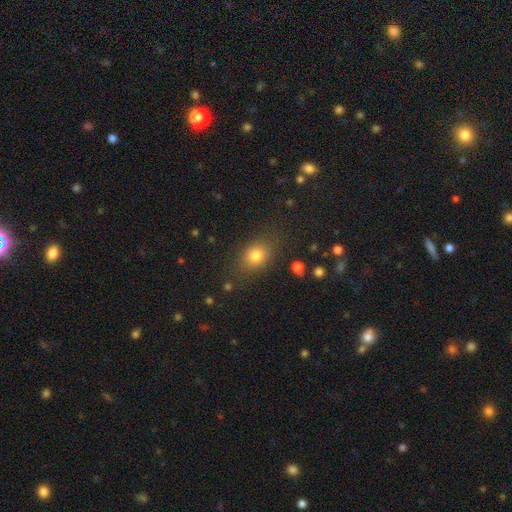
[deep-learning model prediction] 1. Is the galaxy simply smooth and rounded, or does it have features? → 77% smooth, 13% star or artifact, 9% featured or disk.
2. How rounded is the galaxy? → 56% in between, 42% round, 2% cigar-shaped.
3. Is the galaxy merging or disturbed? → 79% none, 13% minor disturbance, 5% major disturbance, 2% merger.